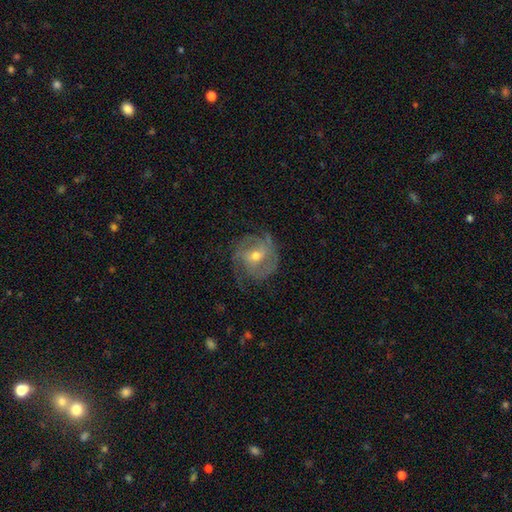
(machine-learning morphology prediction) Smooth or featured: featured or disk — 81% (smooth — 12%)
Edge-on disk: no — 97% (yes — 3%)
Bar: no — 43% (weak — 42%)
Spiral arms: yes — 93% (no — 7%)
Spiral winding: tight — 44% (medium — 41%)
Spiral arm count: 3 — 32% (2 — 27%)
Bulge size: moderate — 59% (small — 37%)
Merging: none — 69% (minor disturbance — 19%)